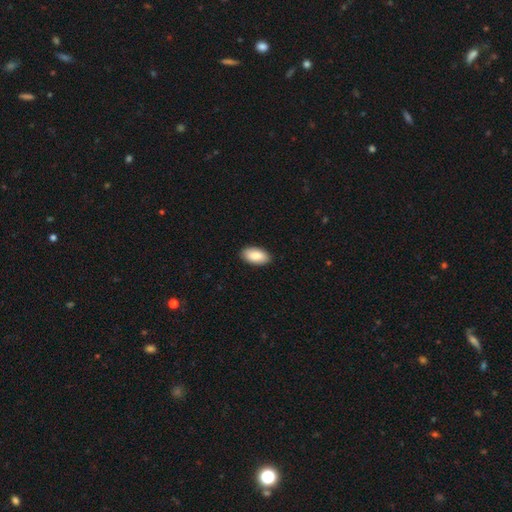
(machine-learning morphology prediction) type=smooth (85%); roundness=in between (95%); merging=none (90%).